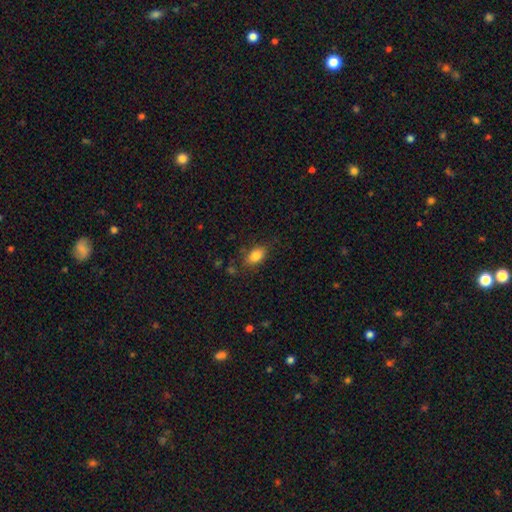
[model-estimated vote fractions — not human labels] This appears to be a smooth galaxy with no disk features (84%) that is in between round and cigar-shaped (86%). Merging: none (75%).